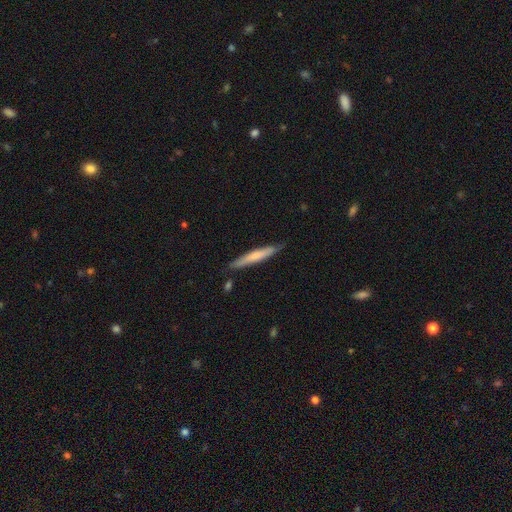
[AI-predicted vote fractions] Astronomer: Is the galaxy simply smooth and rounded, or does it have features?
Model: smooth — 61%.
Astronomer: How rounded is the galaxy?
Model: cigar-shaped — 94%.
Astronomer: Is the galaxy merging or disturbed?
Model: none — 83%.